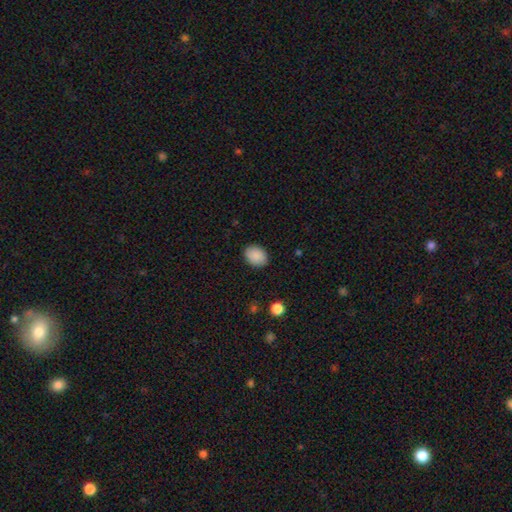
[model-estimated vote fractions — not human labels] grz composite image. It shows a smooth galaxy with no disk features (90%) that is in between round and cigar-shaped (69%). Merging: none (88%).